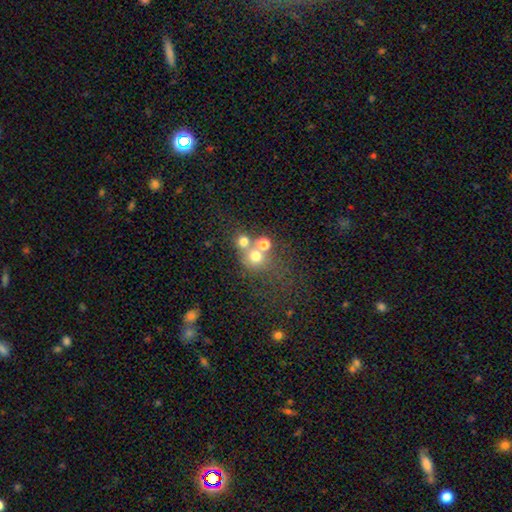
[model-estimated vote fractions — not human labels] smooth_or_featured: smooth (p=0.64) [alt: star or artifact p=0.19]
how_rounded: round (p=0.83) [alt: in between p=0.16]
merging: none (p=0.45) [alt: merger p=0.40]